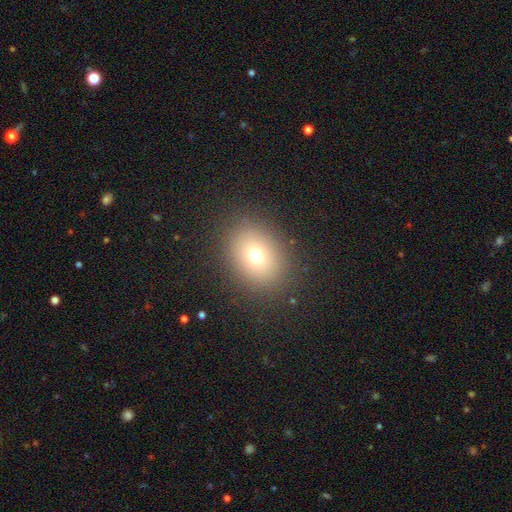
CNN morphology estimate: smooth-or-featured: smooth: 72% | star or artifact: 16% | featured or disk: 12%
  how-rounded: in between: 50% | round: 49% | cigar-shaped: 1%
  merging: none: 88% | minor disturbance: 8% | major disturbance: 4% | merger: 1%